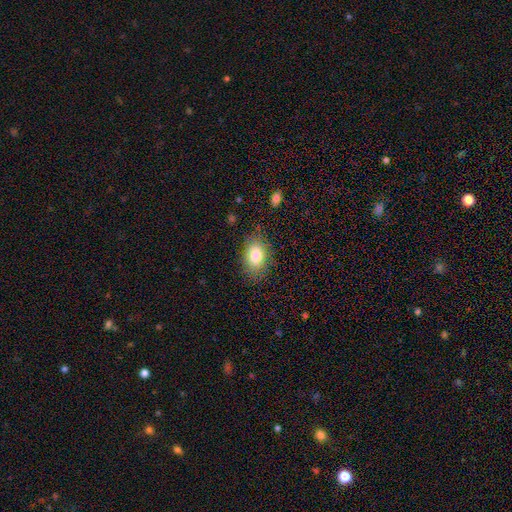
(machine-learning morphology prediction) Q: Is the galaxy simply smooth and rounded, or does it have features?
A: smooth — 82%.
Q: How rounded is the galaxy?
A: in between — 86%.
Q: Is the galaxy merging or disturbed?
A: none — 80%.